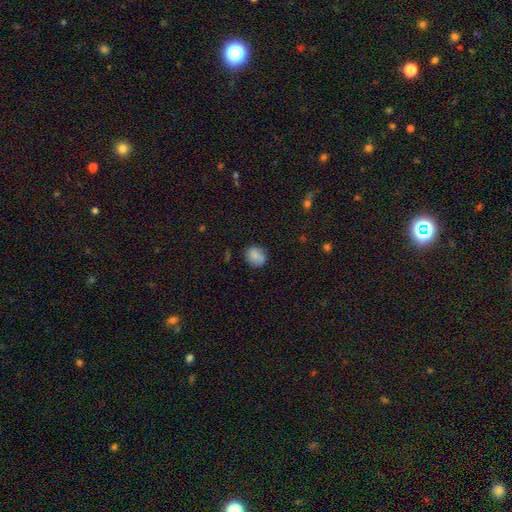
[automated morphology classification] Smooth or featured?
  - smooth: 84% *
  - star or artifact: 9%
  - featured or disk: 7%
How rounded?
  - round: 60% *
  - in between: 39%
  - cigar-shaped: 1%
Merging?
  - none: 76% *
  - minor disturbance: 17%
  - major disturbance: 4%
  - merger: 3%